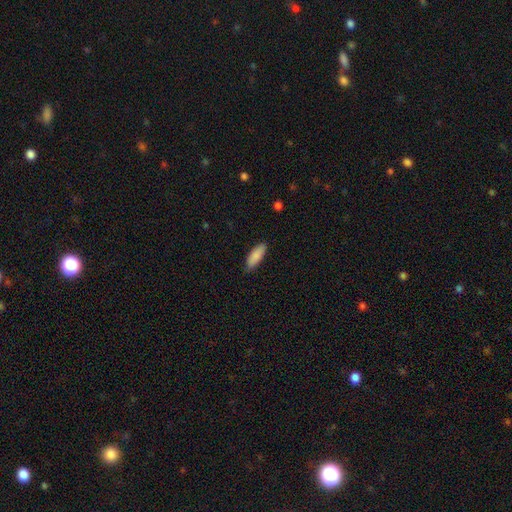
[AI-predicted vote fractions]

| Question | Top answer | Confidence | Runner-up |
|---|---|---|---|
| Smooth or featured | smooth | 87% | featured or disk (7%) |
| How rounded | in between | 63% | cigar-shaped (35%) |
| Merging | none | 84% | minor disturbance (13%) |